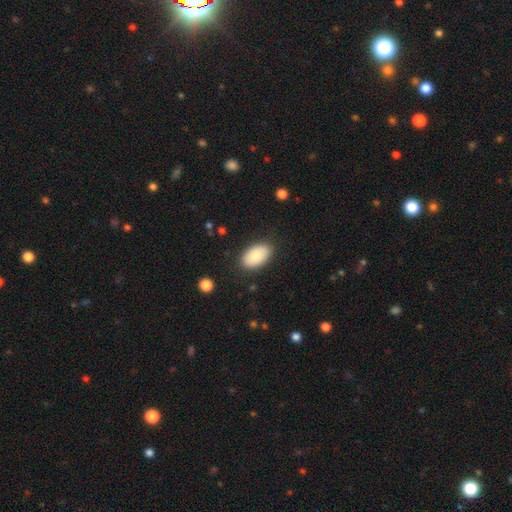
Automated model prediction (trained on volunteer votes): Smooth or featured? Predicted: smooth (p=0.81). How rounded? Predicted: in between (p=0.93). Merging? Predicted: none (p=0.85).